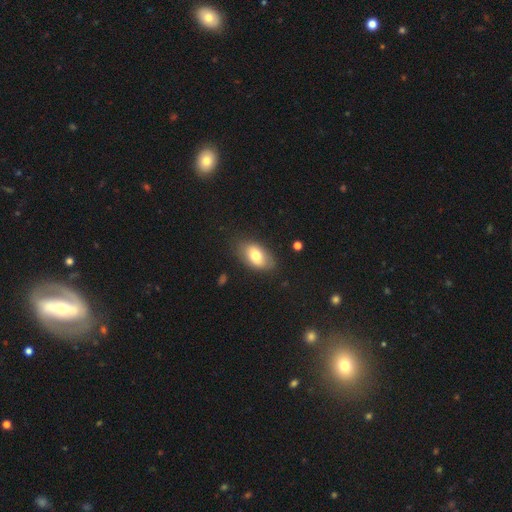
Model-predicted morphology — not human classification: Smooth or featured?
  - smooth: 73% *
  - featured or disk: 20%
  - star or artifact: 7%
How rounded?
  - in between: 91% *
  - round: 7%
  - cigar-shaped: 2%
Merging?
  - none: 78% *
  - minor disturbance: 16%
  - major disturbance: 4%
  - merger: 1%